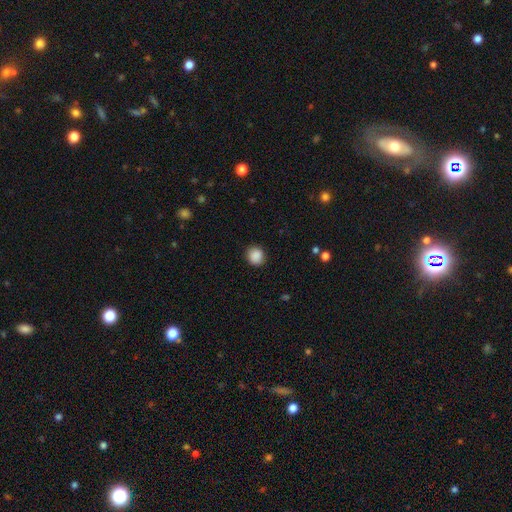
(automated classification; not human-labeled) Morphology: type=smooth (88%); roundness=round (85%); merging=none (90%).